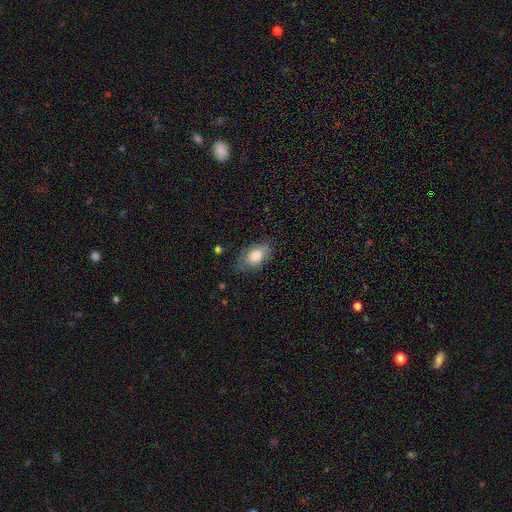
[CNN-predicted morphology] A smooth galaxy with no disk features (78%) that is in between round and cigar-shaped (88%). Merging: none (67%).